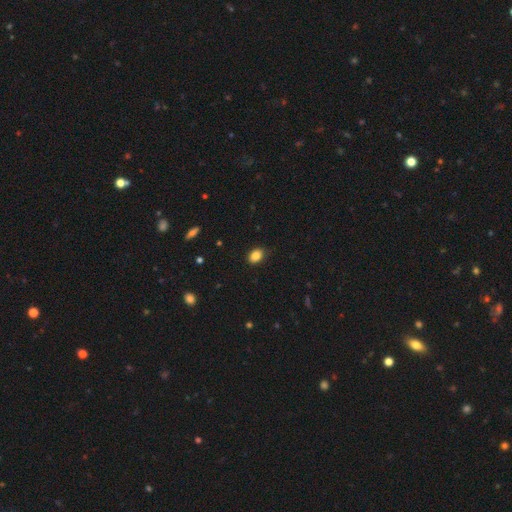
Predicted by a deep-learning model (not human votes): A smooth galaxy with no disk features (86%) that is in between round and cigar-shaped (72%).

Vote fractions:
- Smooth or featured? smooth: 86% / star or artifact: 9% / featured or disk: 5%
- How rounded? in between: 72% / round: 27% / cigar-shaped: 1%
- Merging? none: 87% / minor disturbance: 10% / major disturbance: 2% / merger: 1%